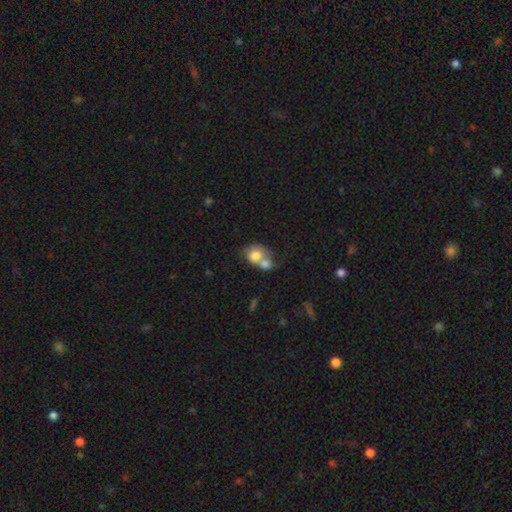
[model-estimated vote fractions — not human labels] Overall: smooth (74%). How rounded: round (59%; in between 40%). Merging: merger (64%).